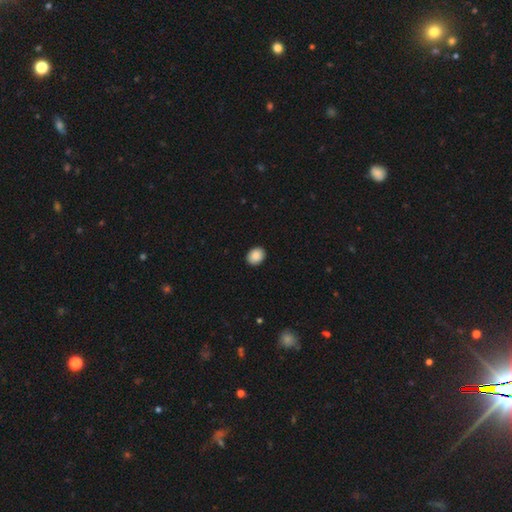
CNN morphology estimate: smooth_or_featured: smooth (p=0.89) [alt: star or artifact p=0.08]
how_rounded: in between (p=0.54) [alt: round p=0.45]
merging: none (p=0.92) [alt: minor disturbance p=0.06]